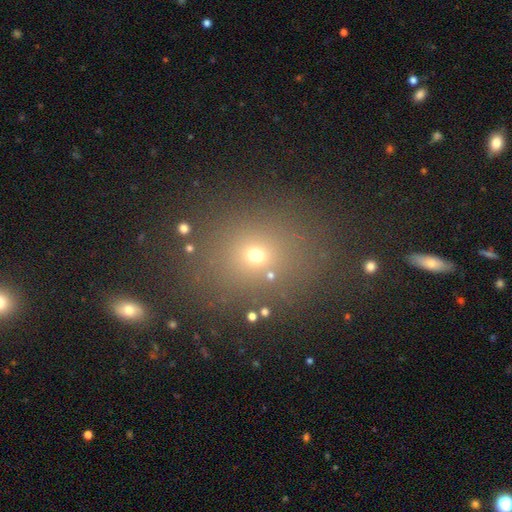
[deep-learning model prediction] Morphology: type=smooth (63%); roundness=round (62%); merging=none (80%).